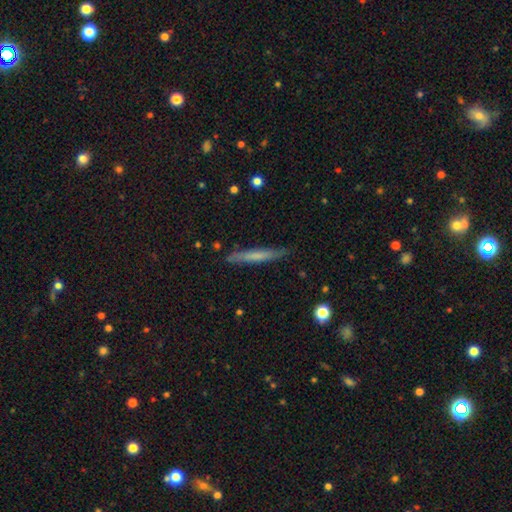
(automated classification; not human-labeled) Smooth or featured? Predicted: smooth (p=0.58). How rounded? Predicted: cigar-shaped (p=0.96). Merging? Predicted: none (p=0.85).